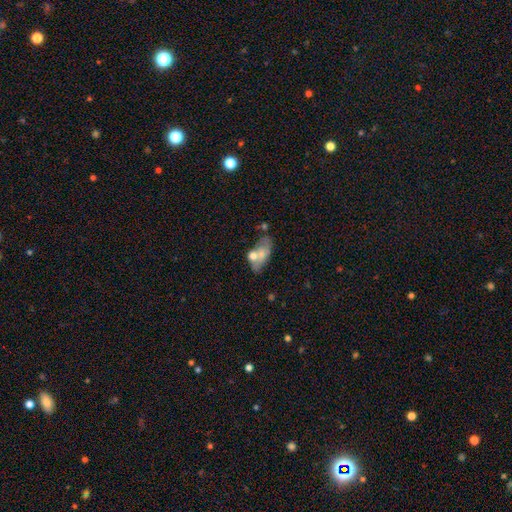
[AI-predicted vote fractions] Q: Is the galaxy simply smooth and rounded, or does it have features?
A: smooth — 58%.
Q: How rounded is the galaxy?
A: in between — 88%.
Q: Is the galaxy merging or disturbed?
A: none — 34%.